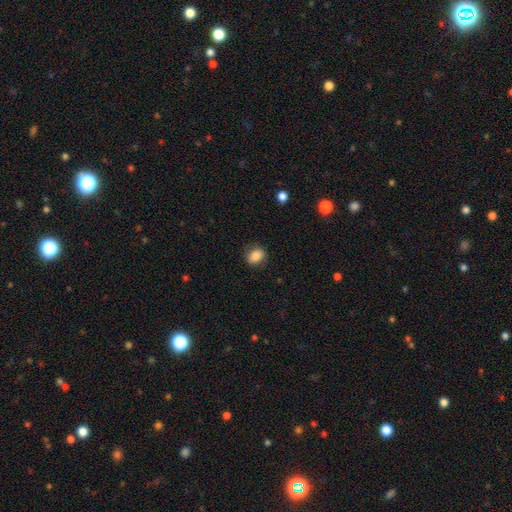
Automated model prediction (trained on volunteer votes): smooth_or_featured: smooth (p=0.83) [alt: featured or disk p=0.09]
how_rounded: in between (p=0.51) [alt: round p=0.48]
merging: none (p=0.78) [alt: minor disturbance p=0.16]